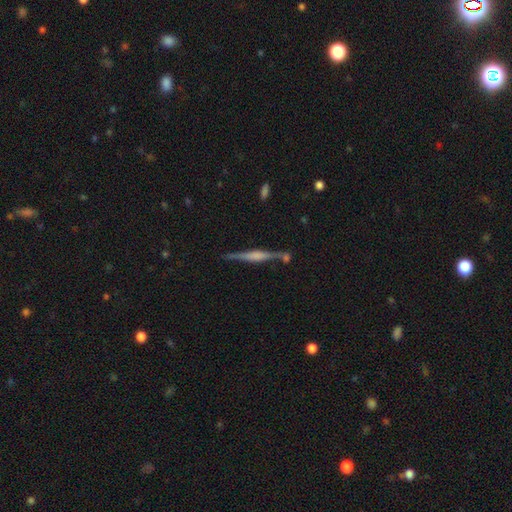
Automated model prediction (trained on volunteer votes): Overall: featured or disk (77%). Edge-on disk: yes (97%). Edge-on bulge: rounded (46%; boxy 43%). Merging: none (76%).